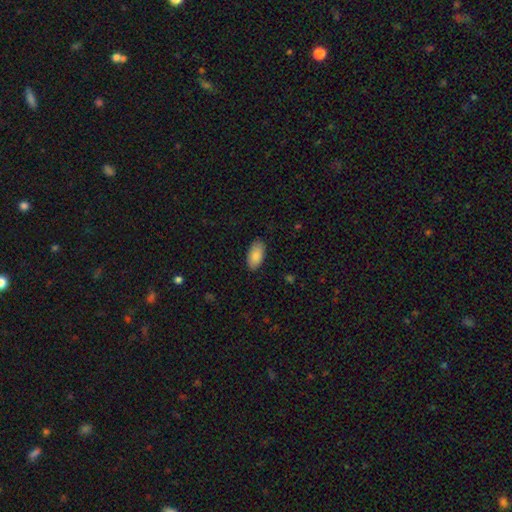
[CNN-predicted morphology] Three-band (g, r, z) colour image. It shows a smooth galaxy with no disk features (87%) that is in between round and cigar-shaped (95%). Merging: none (86%).